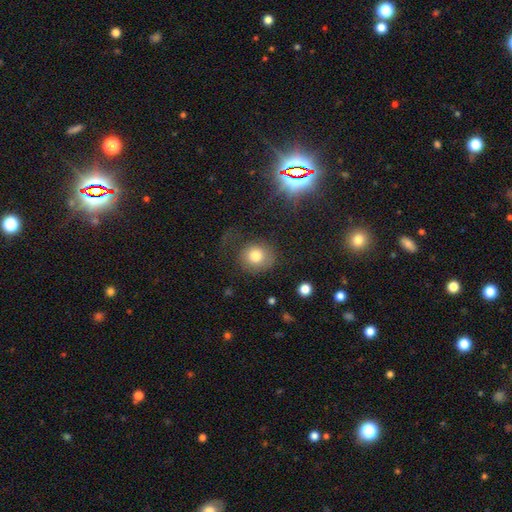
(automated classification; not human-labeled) Smooth or featured? Predicted: smooth (p=0.76). How rounded? Predicted: round (p=0.79). Merging? Predicted: none (p=0.59).